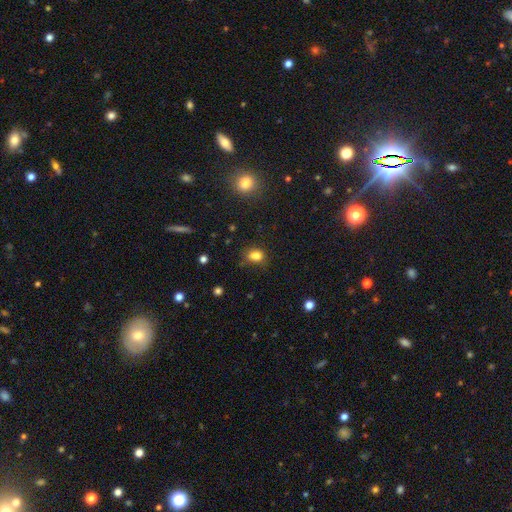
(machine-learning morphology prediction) Smooth or featured? Predicted: smooth (p=0.81). How rounded? Predicted: in between (p=0.66). Merging? Predicted: none (p=0.67).